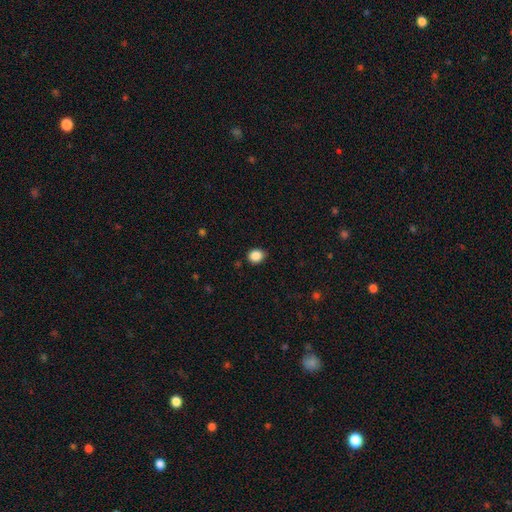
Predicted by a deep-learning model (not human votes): Smooth or featured? Predicted: smooth (p=0.87). How rounded? Predicted: round (p=0.63). Merging? Predicted: none (p=0.84).